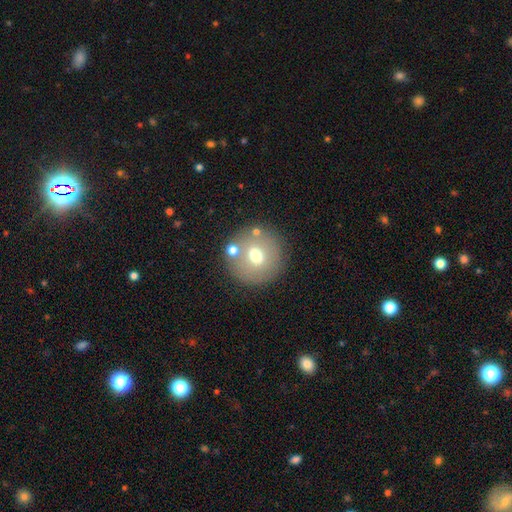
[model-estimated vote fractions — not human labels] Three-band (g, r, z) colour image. It shows a smooth galaxy with no disk features (64%) that is round (89%). Merging: none (77%).